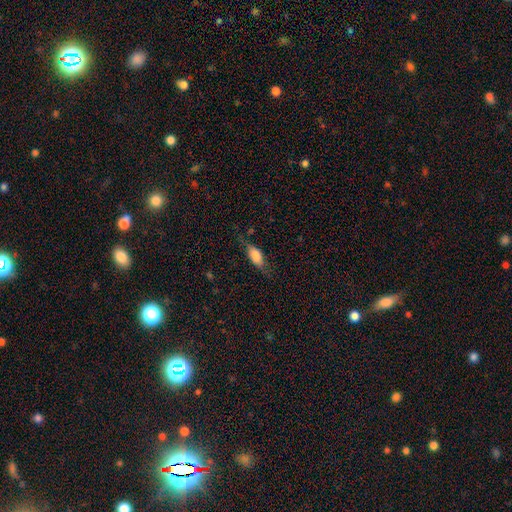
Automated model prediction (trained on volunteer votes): smooth_or_featured: smooth (p=0.74) [alt: featured or disk p=0.19]
how_rounded: in between (p=0.79) [alt: cigar-shaped p=0.17]
merging: none (p=0.61) [alt: minor disturbance p=0.26]